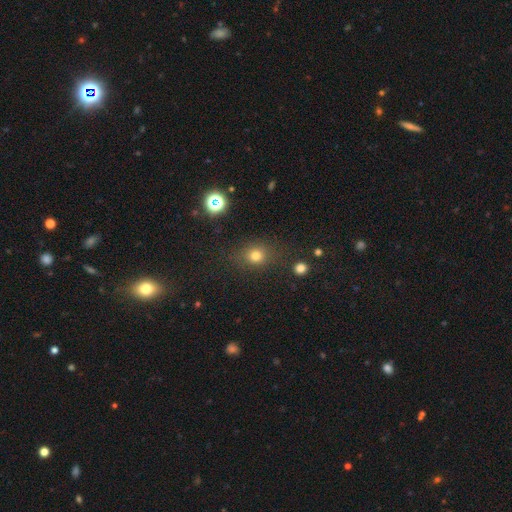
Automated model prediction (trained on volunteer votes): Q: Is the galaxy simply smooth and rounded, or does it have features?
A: smooth — 75%.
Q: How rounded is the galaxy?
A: round — 70%.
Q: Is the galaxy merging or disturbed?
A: none — 80%.